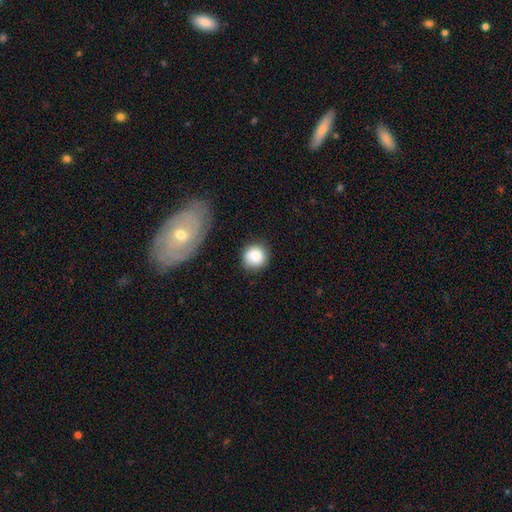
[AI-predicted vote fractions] Morphology: type=smooth (83%); roundness=round (87%); merging=none (73%).